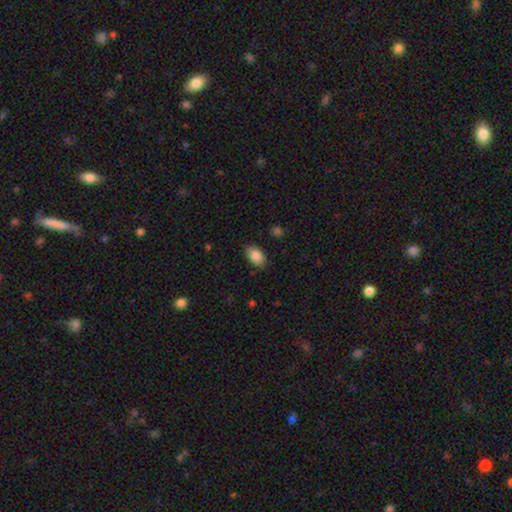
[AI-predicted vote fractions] A smooth galaxy with no disk features (87%) that is in between round and cigar-shaped (90%).

Vote fractions:
- Smooth or featured? smooth: 87% / star or artifact: 7% / featured or disk: 6%
- How rounded? in between: 90% / round: 8% / cigar-shaped: 1%
- Merging? none: 84% / minor disturbance: 12% / major disturbance: 3% / merger: 1%